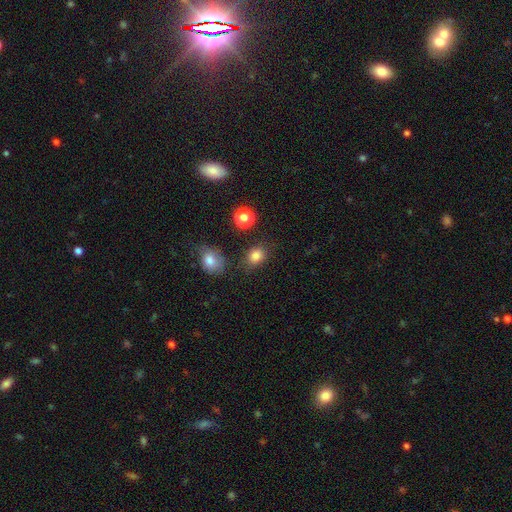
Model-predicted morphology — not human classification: A smooth galaxy with no disk features (82%) that is in between round and cigar-shaped (53%).

Vote fractions:
- Smooth or featured? smooth: 82% / star or artifact: 13% / featured or disk: 5%
- How rounded? in between: 53% / round: 46% / cigar-shaped: 1%
- Merging? none: 75% / minor disturbance: 15% / merger: 6% / major disturbance: 5%